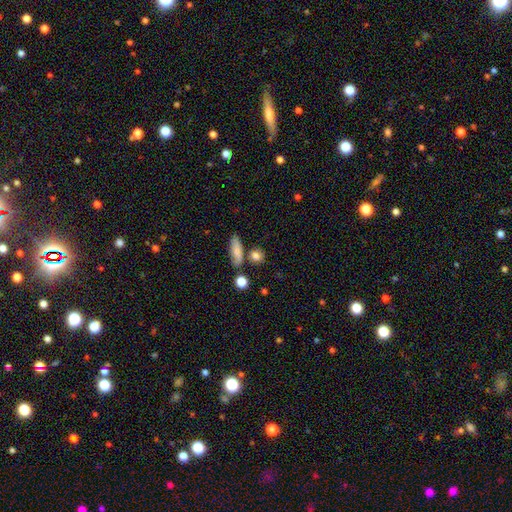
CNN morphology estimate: Overall: smooth (82%). How rounded: round (65%; in between 27%). Merging: none (71%).